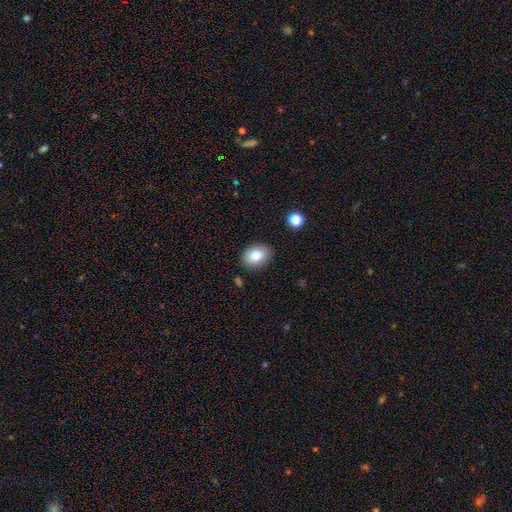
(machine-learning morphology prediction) smooth 83%, featured or disk 9%, star or artifact 8%. Down the decision tree: how rounded — in between (68%); merging — none (86%).